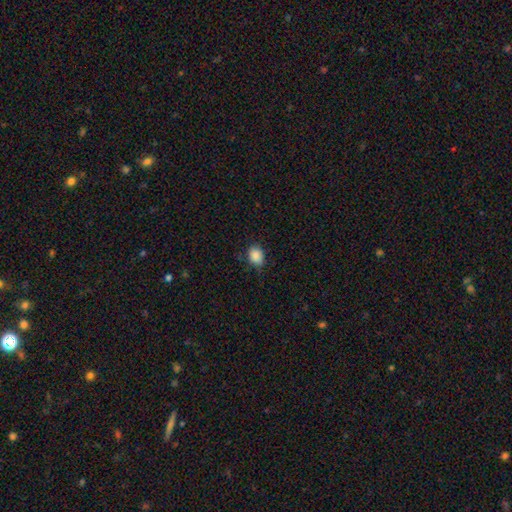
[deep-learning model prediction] Smooth or featured?
  - smooth: 87% *
  - star or artifact: 9%
  - featured or disk: 4%
How rounded?
  - in between: 60% *
  - round: 39%
  - cigar-shaped: 1%
Merging?
  - none: 76% *
  - minor disturbance: 20%
  - major disturbance: 3%
  - merger: 1%